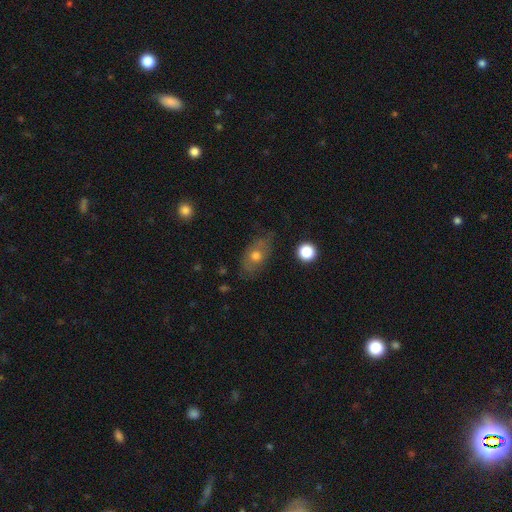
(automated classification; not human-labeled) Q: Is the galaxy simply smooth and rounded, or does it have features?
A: smooth — 57%.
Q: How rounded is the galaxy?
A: in between — 81%.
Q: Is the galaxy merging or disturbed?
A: none — 73%.